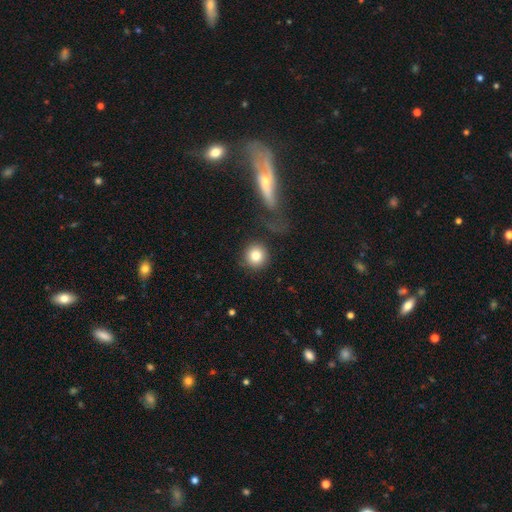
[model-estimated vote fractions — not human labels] A smooth galaxy with no disk features (83%) that is round (93%).

Vote fractions:
- Smooth or featured? smooth: 83% / featured or disk: 9% / star or artifact: 9%
- How rounded? round: 93% / in between: 6% / cigar-shaped: 1%
- Merging? none: 78% / minor disturbance: 9% / merger: 7% / major disturbance: 6%